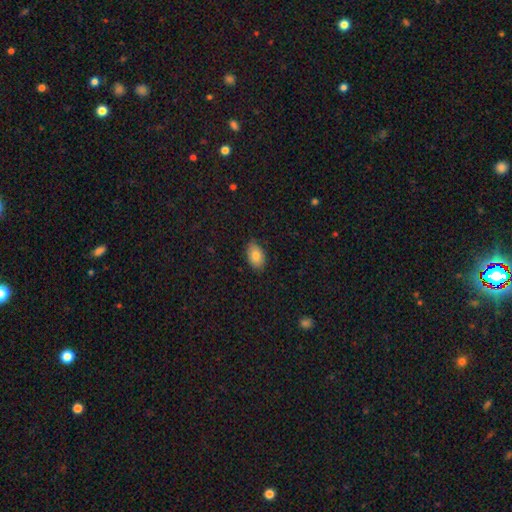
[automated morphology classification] smooth-or-featured: smooth: 82% | featured or disk: 10% | star or artifact: 8%
  how-rounded: in between: 89% | round: 9% | cigar-shaped: 1%
  merging: none: 82% | minor disturbance: 14% | major disturbance: 2% | merger: 1%